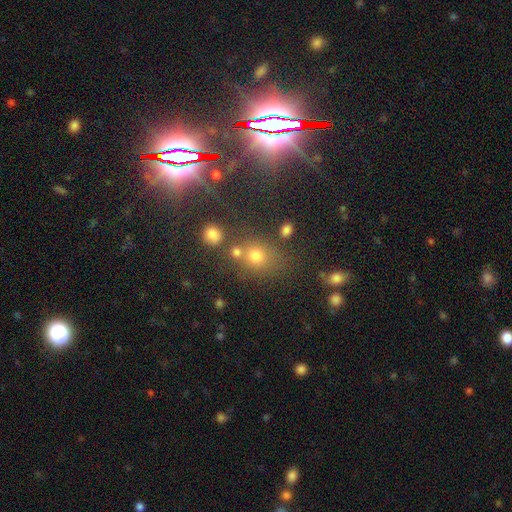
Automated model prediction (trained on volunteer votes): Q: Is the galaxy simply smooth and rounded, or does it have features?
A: smooth — 67%.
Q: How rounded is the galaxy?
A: round — 67%.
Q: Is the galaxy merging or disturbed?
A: none — 59%.